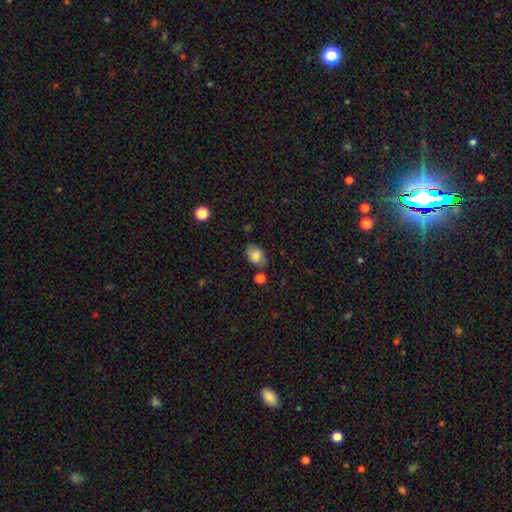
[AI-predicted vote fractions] Morphology: type=smooth (78%); roundness=in between (85%); merging=none (74%).